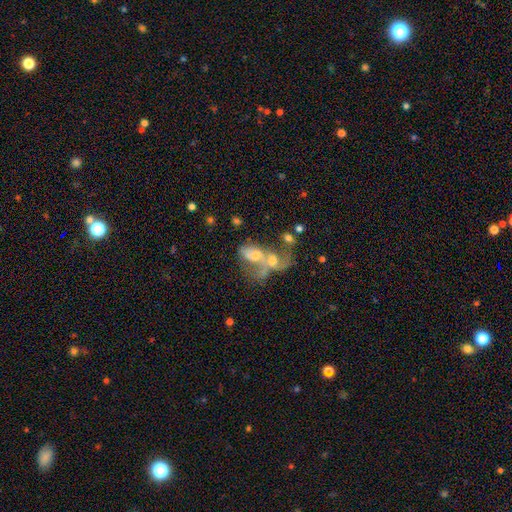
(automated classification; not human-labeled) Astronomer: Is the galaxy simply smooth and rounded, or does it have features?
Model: featured or disk — 53% (runner-up: smooth, 33%).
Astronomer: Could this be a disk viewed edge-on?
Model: no — 95%.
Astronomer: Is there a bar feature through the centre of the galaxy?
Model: no — 75%.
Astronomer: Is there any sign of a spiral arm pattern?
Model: yes — 50%, tied with no at 50%.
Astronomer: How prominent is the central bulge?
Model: moderate — 51% (runner-up: small, 28%).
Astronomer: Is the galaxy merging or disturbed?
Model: merger — 73%.